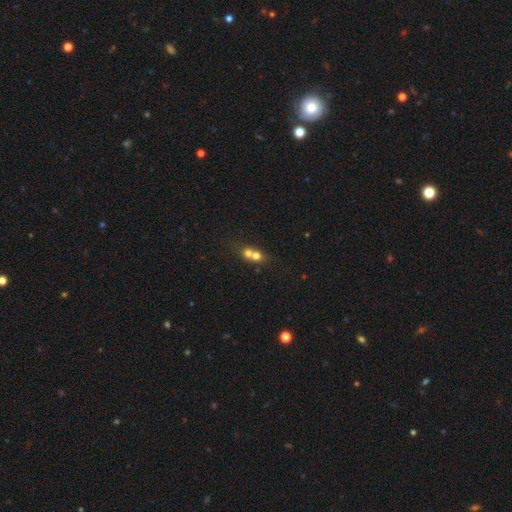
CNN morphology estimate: A smooth galaxy with no disk features (67%) that is round (73%). Merging: merger (70%).